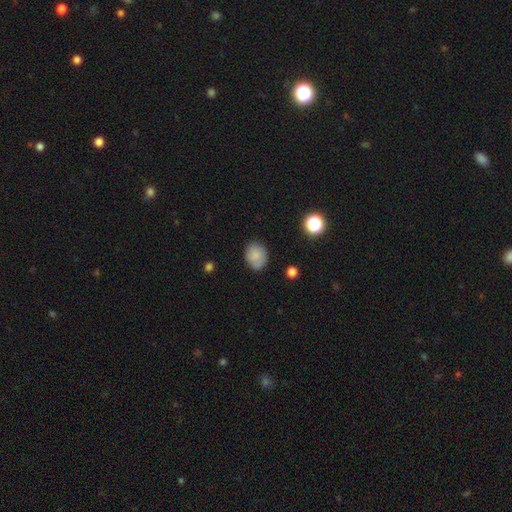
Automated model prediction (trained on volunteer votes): This is clearly a smooth galaxy (80%). How rounded: possibly in between (51%). Merging: likely none (76%).